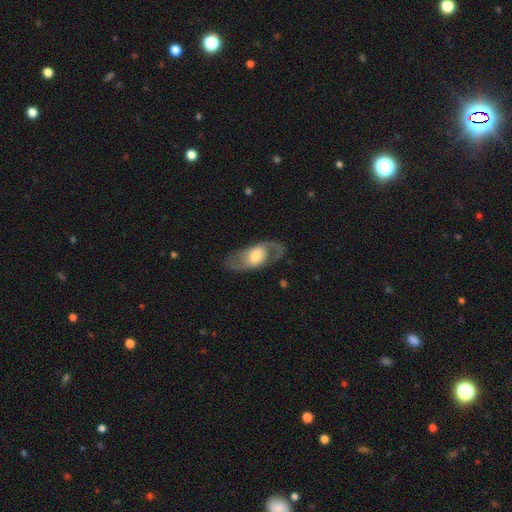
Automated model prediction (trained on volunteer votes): A featured or disk galaxy (70%) with no bar (66%), spiral arms (70%) and a large central bulge (42%).

Vote fractions:
- Smooth or featured? featured or disk: 70% / smooth: 25% / star or artifact: 5%
- Edge-on disk? no: 88% / yes: 12%
- Bar? no: 66% / weak: 26% / strong: 8%
- Spiral arms? yes: 70% / no: 30%
- Bulge size? large: 42% / moderate: 41% / small: 10% / dominant: 4% / none: 2%
- Merging? none: 76% / minor disturbance: 13% / major disturbance: 9% / merger: 1%